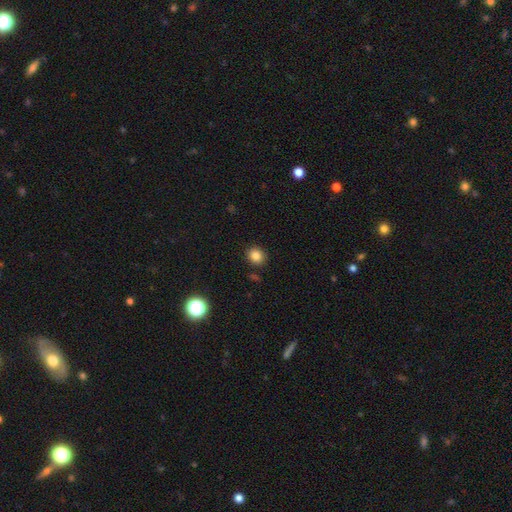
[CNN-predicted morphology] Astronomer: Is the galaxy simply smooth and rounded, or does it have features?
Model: smooth — 84%.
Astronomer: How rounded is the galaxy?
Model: round — 78%.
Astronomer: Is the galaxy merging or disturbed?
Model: none — 88%.